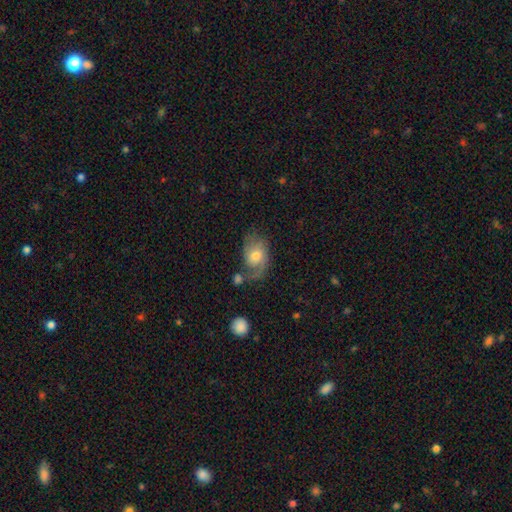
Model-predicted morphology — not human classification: smooth_or_featured: featured or disk (p=0.55) [alt: smooth p=0.37]
disk_edge_on: no (p=0.96) [alt: yes p=0.04]
bar: no (p=0.65) [alt: weak p=0.30]
has_spiral_arms: yes (p=0.84) [alt: no p=0.16]
bulge_size: moderate (p=0.63) [alt: small p=0.26]
merging: none (p=0.43) [alt: minor disturbance p=0.24]